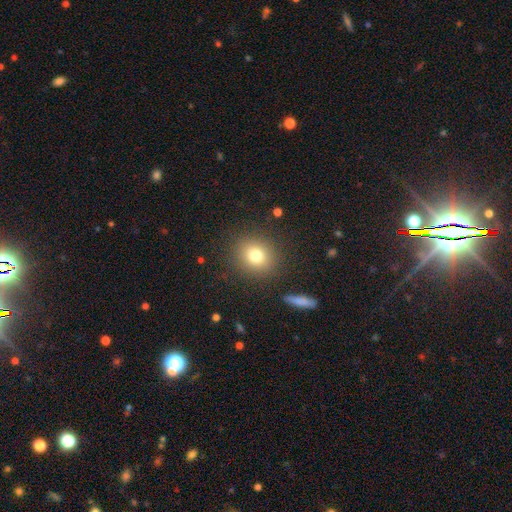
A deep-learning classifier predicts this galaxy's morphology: This is likely a smooth galaxy (78%). How rounded: clearly round (80%). Merging: clearly none (88%).